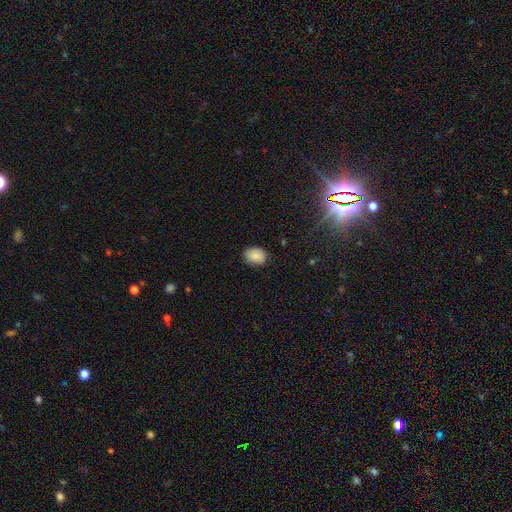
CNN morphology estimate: This is clearly a smooth galaxy (86%). How rounded: likely in between (66%). Merging: clearly none (80%).